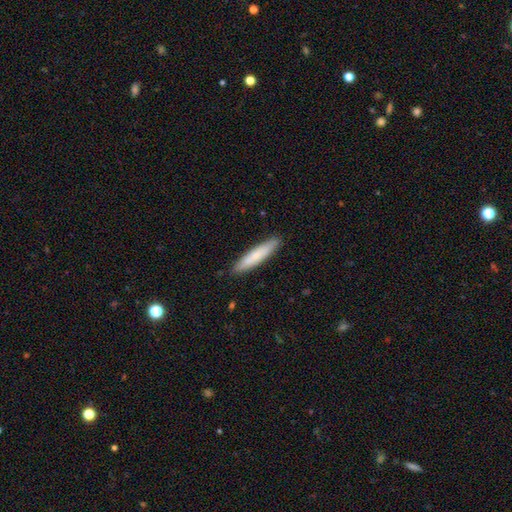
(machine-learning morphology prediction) smooth 76%, featured or disk 19%, star or artifact 6%. Down the decision tree: how rounded — cigar-shaped (89%); merging — none (90%).